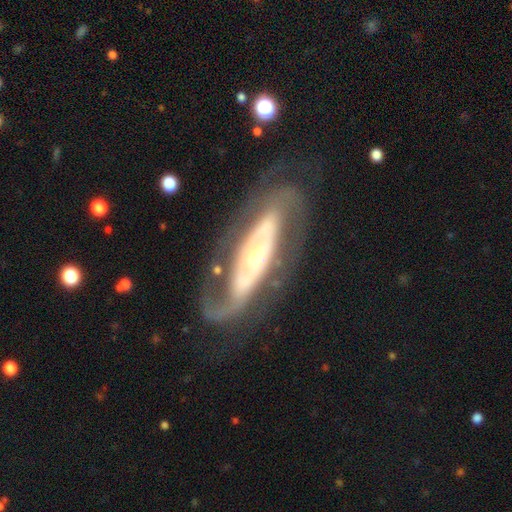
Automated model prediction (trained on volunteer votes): Smooth or featured: featured or disk — 83% (smooth — 12%)
Edge-on disk: no — 86% (yes — 14%)
Bar: no — 58% (strong — 22%)
Spiral arms: yes — 80% (no — 20%)
Spiral winding: medium — 39% (tight — 36%)
Spiral arm count: 2 — 69% (can't tell — 17%)
Bulge size: small — 62% (moderate — 32%)
Merging: none — 62% (major disturbance — 19%)